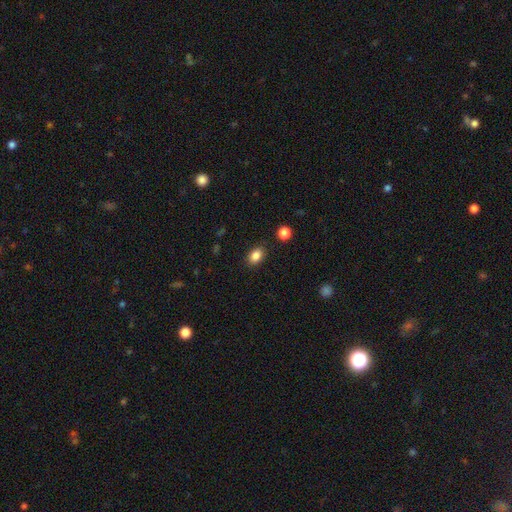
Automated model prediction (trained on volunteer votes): Smooth or featured? smooth (85%)
How rounded? in between (73%)
Merging? none (87%)